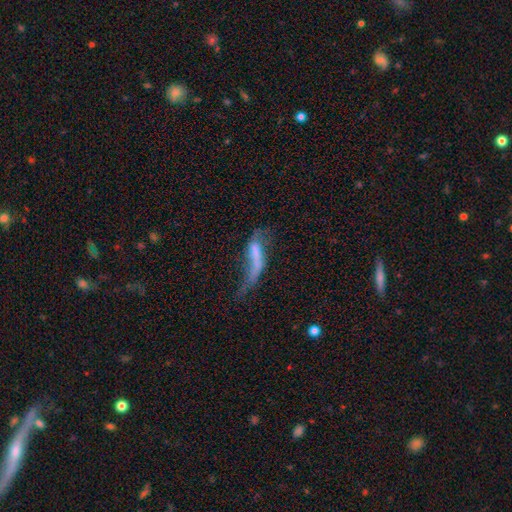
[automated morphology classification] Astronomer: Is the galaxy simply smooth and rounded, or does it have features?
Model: featured or disk — 49% (runner-up: smooth, 40%).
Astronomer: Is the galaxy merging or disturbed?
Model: major disturbance — 50%.